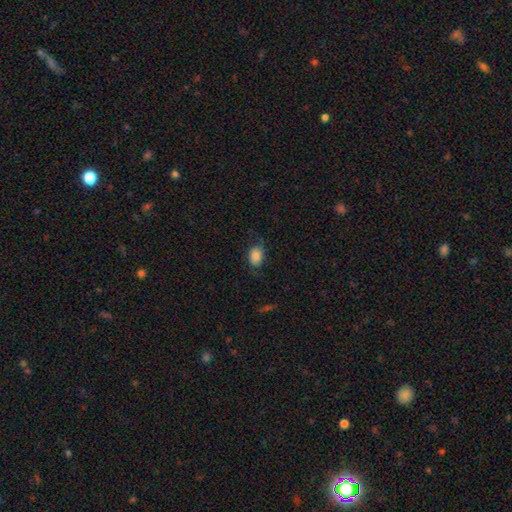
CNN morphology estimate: Smooth or featured: smooth — 78% (featured or disk — 13%)
How rounded: in between — 79% (round — 20%)
Merging: none — 63% (minor disturbance — 24%)